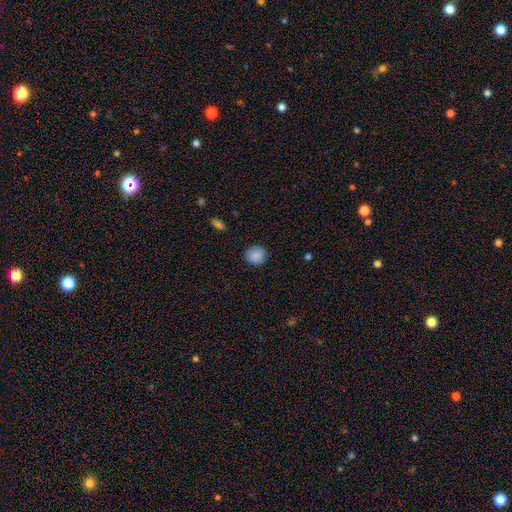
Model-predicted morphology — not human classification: This appears to be a smooth galaxy with no disk features (88%) that is round (87%). Merging: none (88%).